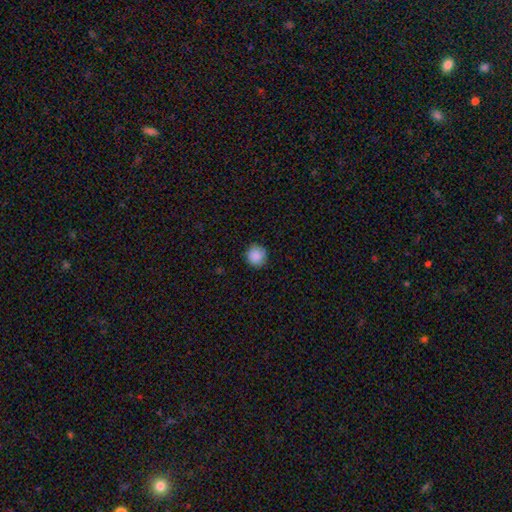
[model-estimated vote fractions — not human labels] Morphology: type=smooth (88%); roundness=round (93%); merging=none (86%).